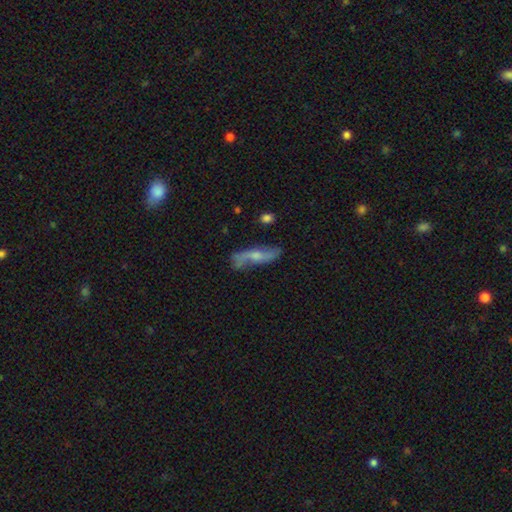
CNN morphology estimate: type=featured or disk (64%); edge-on=no (69%); merging=none (65%).